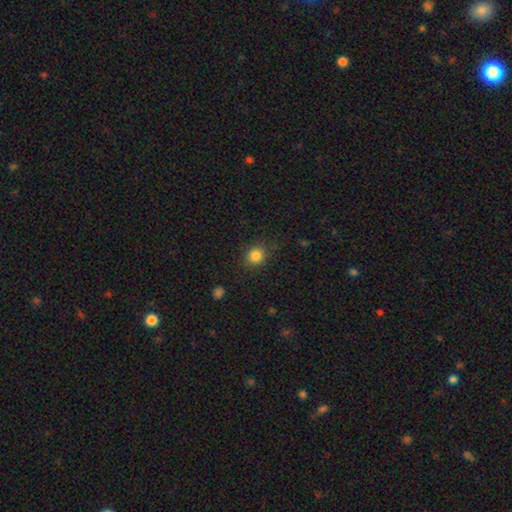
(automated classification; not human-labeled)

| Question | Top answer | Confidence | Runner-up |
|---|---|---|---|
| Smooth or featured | smooth | 84% | star or artifact (11%) |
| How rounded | round | 80% | in between (19%) |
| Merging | none | 86% | minor disturbance (10%) |